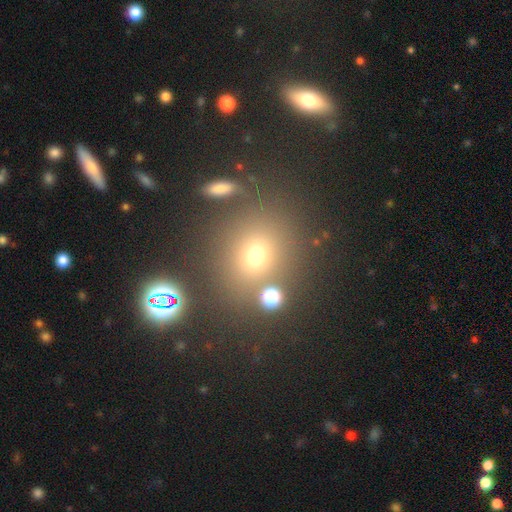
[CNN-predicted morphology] Smooth or featured? Predicted: smooth (p=0.62). How rounded? Predicted: round (p=0.76). Merging? Predicted: none (p=0.77).